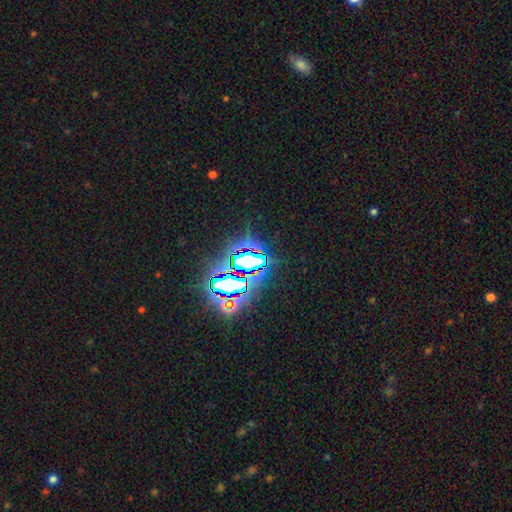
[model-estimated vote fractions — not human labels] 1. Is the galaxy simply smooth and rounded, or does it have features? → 81% star or artifact, 10% smooth, 9% featured or disk.